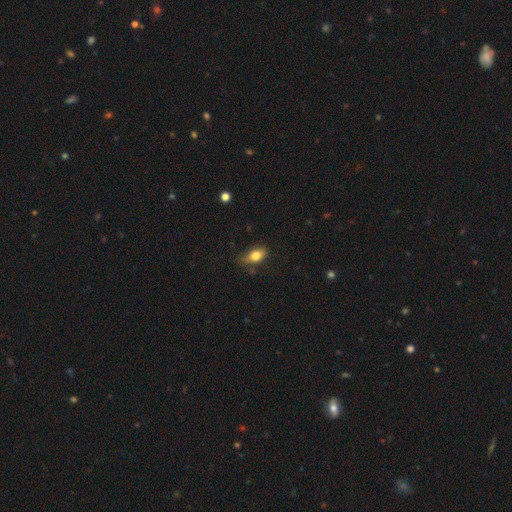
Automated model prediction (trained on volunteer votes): smooth 81%, featured or disk 10%, star or artifact 8%. Down the decision tree: how rounded — in between (84%); merging — none (58%).